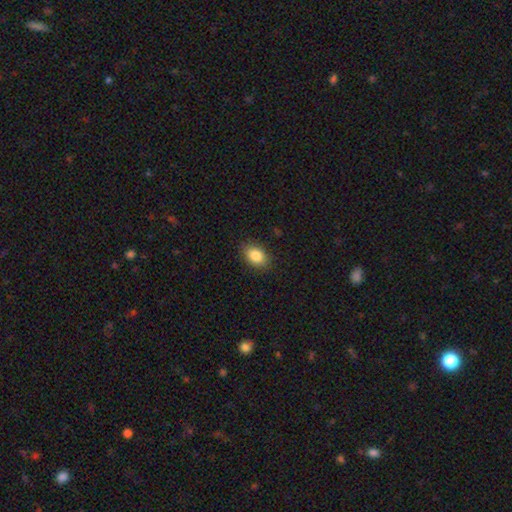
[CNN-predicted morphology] Smooth or featured? Predicted: smooth (p=0.85). How rounded? Predicted: in between (p=0.76). Merging? Predicted: none (p=0.87).